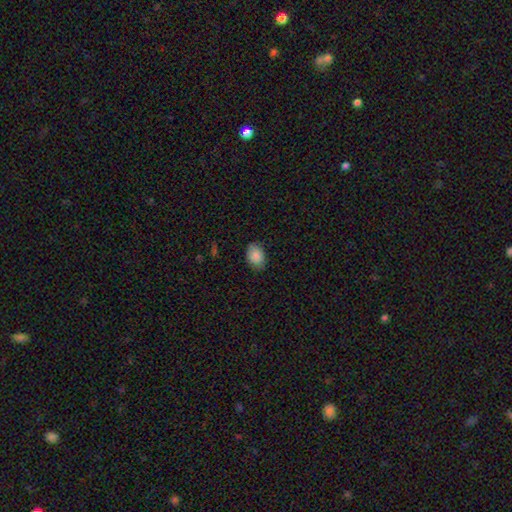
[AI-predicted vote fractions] This appears to be a smooth galaxy with no disk features (87%) that is in between round and cigar-shaped (78%). Merging: none (82%).